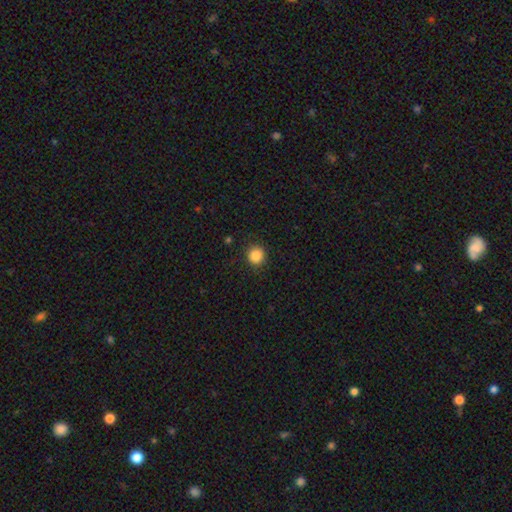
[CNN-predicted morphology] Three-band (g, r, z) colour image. It shows a smooth galaxy with no disk features (86%) that is round (92%). Merging: none (90%).